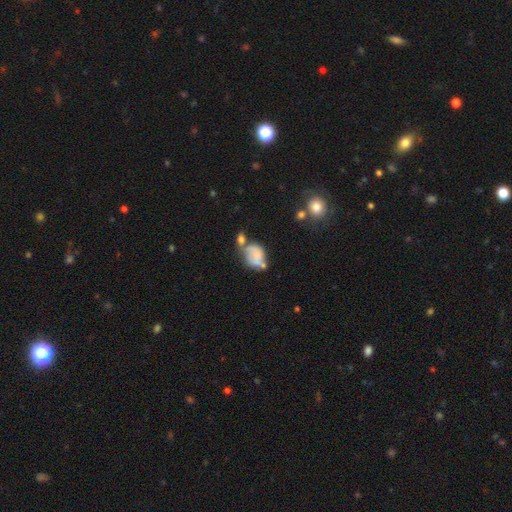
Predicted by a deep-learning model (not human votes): Smooth or featured? Predicted: smooth (p=0.50). How rounded? Predicted: in between (p=0.74). Merging? Predicted: merger (p=0.39).